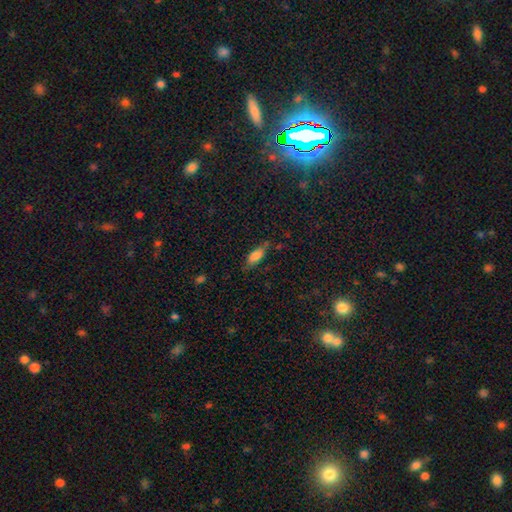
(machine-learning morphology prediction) Q: Smooth or featured?
A: smooth (77%); runner-up: featured or disk (14%)
Q: How rounded?
A: in between (72%); runner-up: cigar-shaped (26%)
Q: Merging?
A: none (65%); runner-up: minor disturbance (25%)